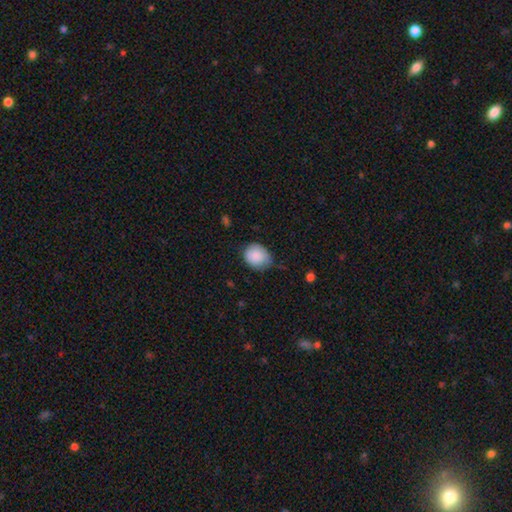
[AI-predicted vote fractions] Smooth or featured: smooth — 88% (star or artifact — 7%)
How rounded: round — 56% (in between — 43%)
Merging: none — 60% (minor disturbance — 33%)